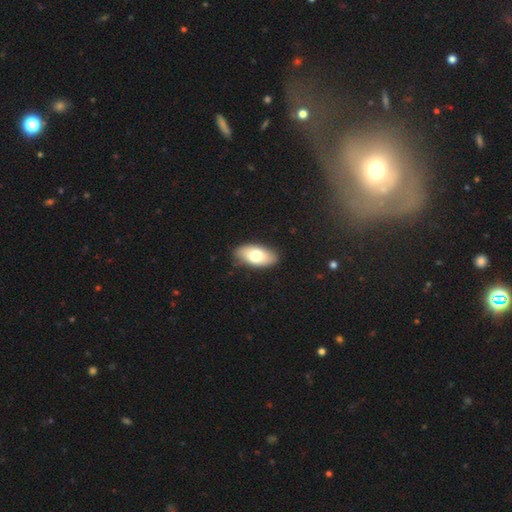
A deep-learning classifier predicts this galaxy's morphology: Smooth or featured?
  - smooth: 72% *
  - featured or disk: 22%
  - star or artifact: 6%
How rounded?
  - in between: 92% *
  - cigar-shaped: 4%
  - round: 3%
Merging?
  - none: 86% *
  - minor disturbance: 11%
  - major disturbance: 2%
  - merger: 1%